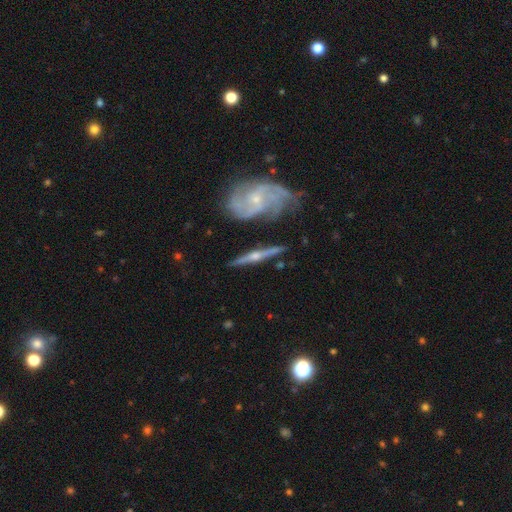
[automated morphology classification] A featured or disk galaxy (84%) viewed edge-on (91%) with a rounded central bulge (93%). Merging: none (79%).